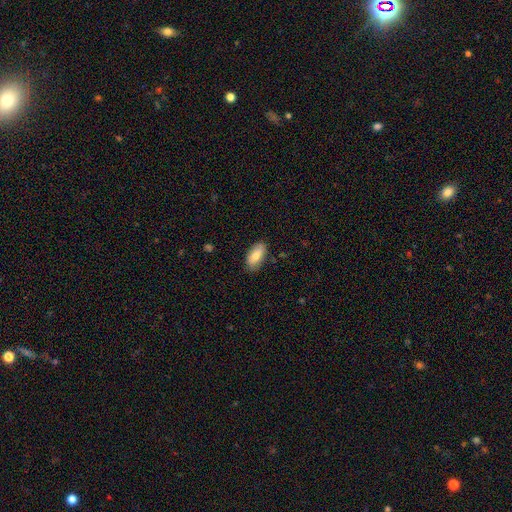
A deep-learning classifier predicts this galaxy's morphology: smooth-or-featured: smooth: 80% | featured or disk: 14% | star or artifact: 6%
  how-rounded: in between: 91% | cigar-shaped: 7% | round: 3%
  merging: none: 83% | minor disturbance: 13% | major disturbance: 3% | merger: 1%